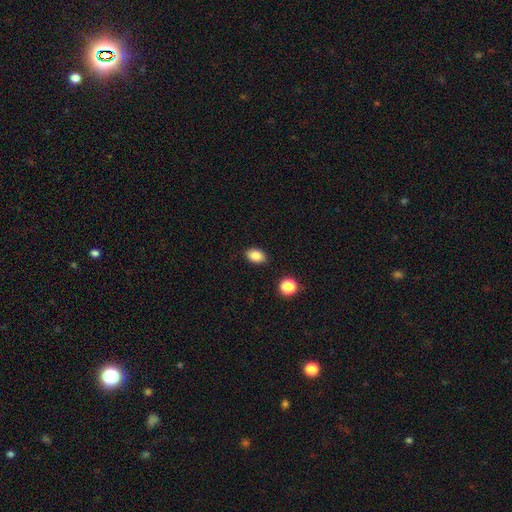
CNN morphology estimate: Q: Smooth or featured?
A: smooth (85%); runner-up: star or artifact (9%)
Q: How rounded?
A: in between (82%); runner-up: round (17%)
Q: Merging?
A: none (87%); runner-up: minor disturbance (8%)